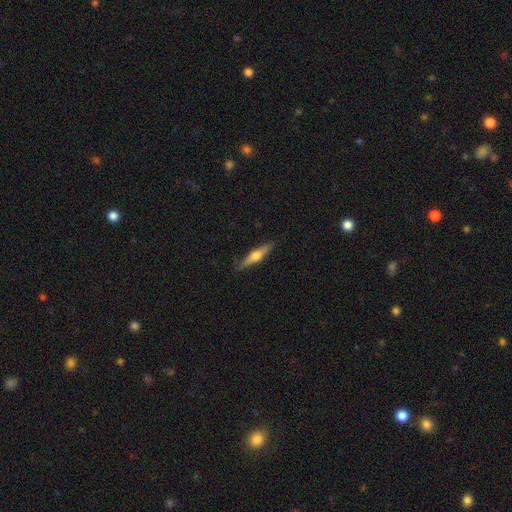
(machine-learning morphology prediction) A featured or disk galaxy (56%) viewed edge-on (95%) with a rounded central bulge (91%). Merging: none (86%).